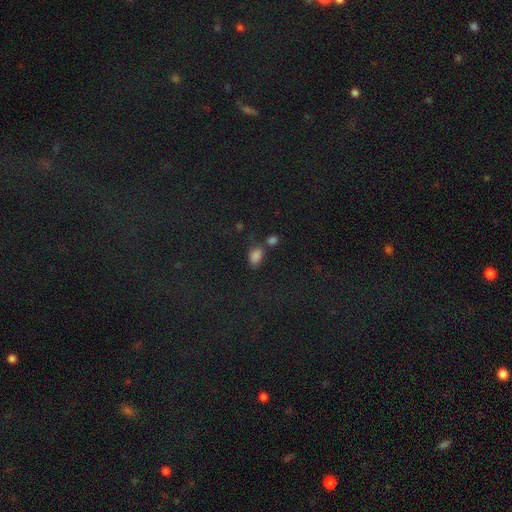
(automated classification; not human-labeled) Smooth or featured? Predicted: smooth (p=0.77). How rounded? Predicted: in between (p=0.90). Merging? Predicted: none (p=0.48).